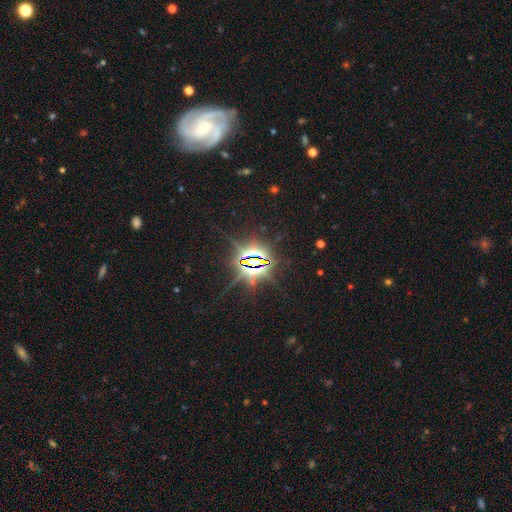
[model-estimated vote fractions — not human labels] This is clearly a star or artifact rather than a galaxy (84%).